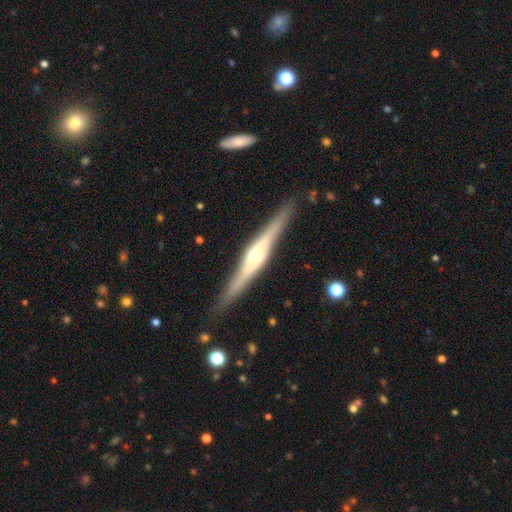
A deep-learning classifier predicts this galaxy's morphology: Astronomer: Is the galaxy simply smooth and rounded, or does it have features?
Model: featured or disk — 79%.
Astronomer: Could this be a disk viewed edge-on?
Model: yes — 97%.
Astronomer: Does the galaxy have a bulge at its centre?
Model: rounded — 82%.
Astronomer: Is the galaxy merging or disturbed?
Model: none — 89%.